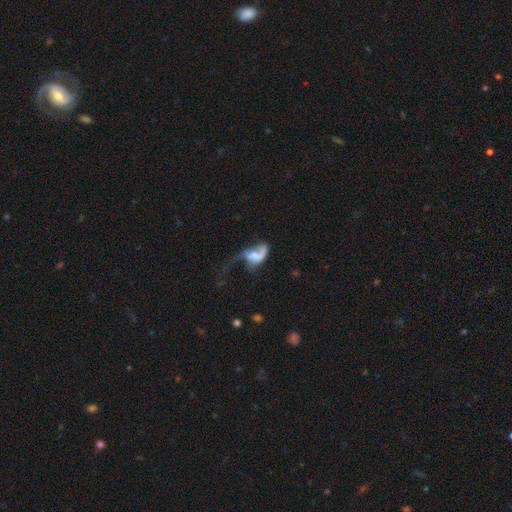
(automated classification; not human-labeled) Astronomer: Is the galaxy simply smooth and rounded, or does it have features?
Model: featured or disk — 54% (runner-up: smooth, 37%).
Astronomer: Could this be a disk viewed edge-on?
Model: no — 96%.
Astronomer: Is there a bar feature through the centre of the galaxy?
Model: no — 67%.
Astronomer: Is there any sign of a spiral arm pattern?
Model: yes — 58% (runner-up: no, 42%).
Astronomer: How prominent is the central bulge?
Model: small — 34% (runner-up: moderate, 32%).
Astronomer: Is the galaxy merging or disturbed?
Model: major disturbance — 48%.